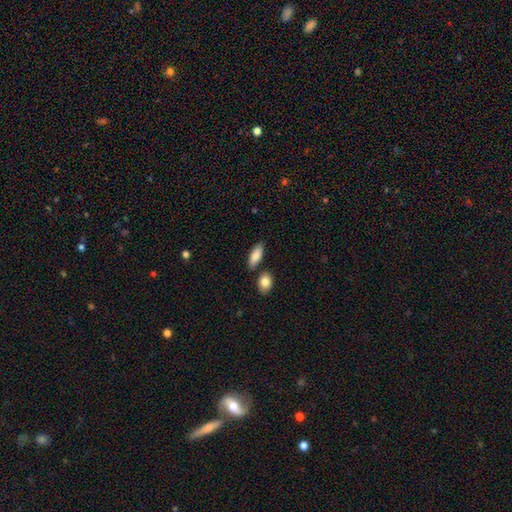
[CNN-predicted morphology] smooth 83%, featured or disk 11%, star or artifact 6%. Down the decision tree: how rounded — in between (76%); merging — none (78%).